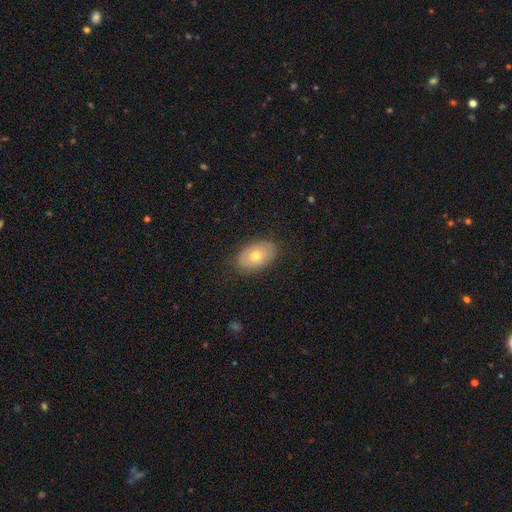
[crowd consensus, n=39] Smooth or featured? smooth (69%)
How rounded? in between (85%)
Merging? none (81%)